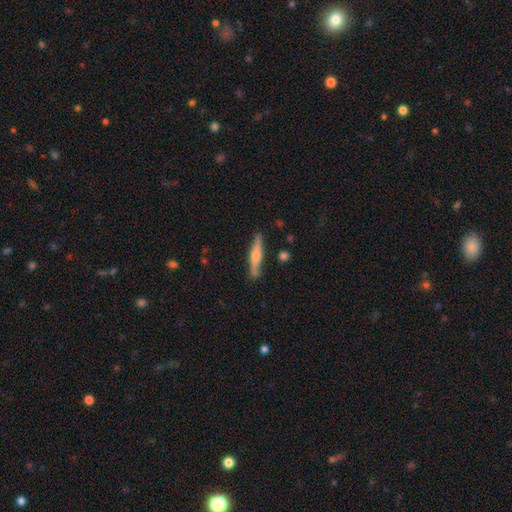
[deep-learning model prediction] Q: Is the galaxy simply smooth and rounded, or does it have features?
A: featured or disk — 51%.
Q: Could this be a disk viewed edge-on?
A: yes — 95%.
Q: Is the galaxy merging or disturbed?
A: none — 85%.